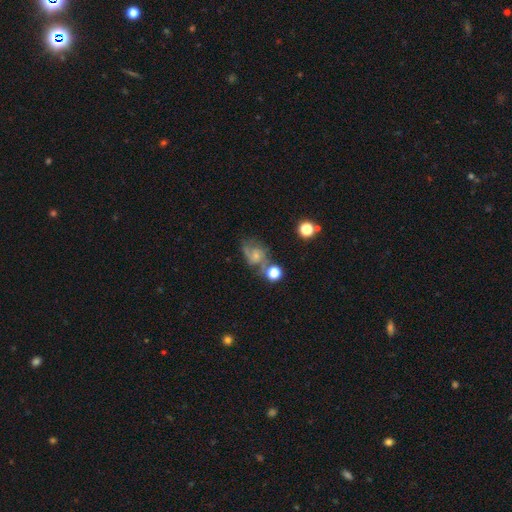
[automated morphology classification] smooth-or-featured: featured or disk: 60% | smooth: 27% | star or artifact: 13%
  disk-edge-on: no: 97% | yes: 3%
    bar: no: 68% | weak: 27% | strong: 5%
    has-spiral-arms: yes: 88% | no: 12%
      spiral-winding: medium: 46% | loose: 35% | tight: 19%
      spiral-arm-count: 2: 70% | can't tell: 13% | 3: 7% | 1: 6% | 4: 2% | more than 4: 2%
    bulge-size: small: 63% | moderate: 22% | none: 11% | large: 2% | dominant: 1%
  merging: none: 45% | minor disturbance: 23% | major disturbance: 17% | merger: 15%